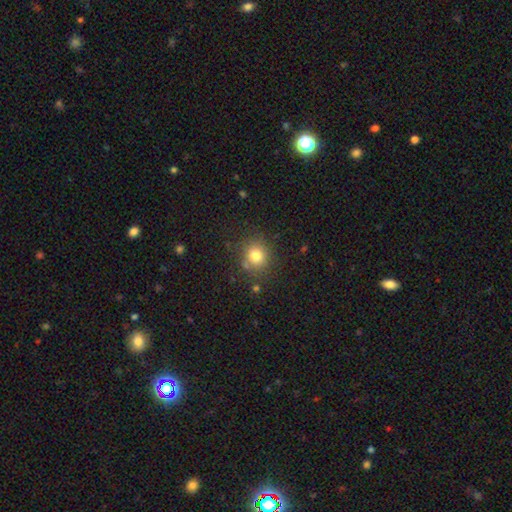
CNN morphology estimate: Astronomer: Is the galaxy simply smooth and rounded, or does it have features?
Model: smooth — 79%.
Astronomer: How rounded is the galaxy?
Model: round — 85%.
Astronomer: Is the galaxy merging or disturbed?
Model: none — 81%.